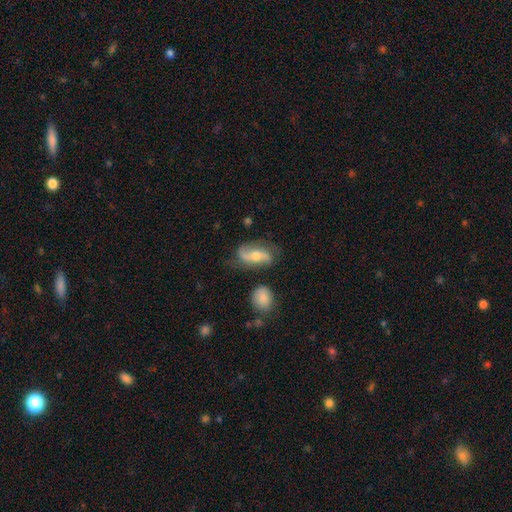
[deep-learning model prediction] Smooth or featured? featured or disk (72%)
Edge-on disk? no (92%)
Bar? no (47%)
Spiral arms? yes (90%)
Spiral winding? loose (59%)
Spiral arm count? 2 (88%)
Bulge size? moderate (63%)
Merging? none (69%)